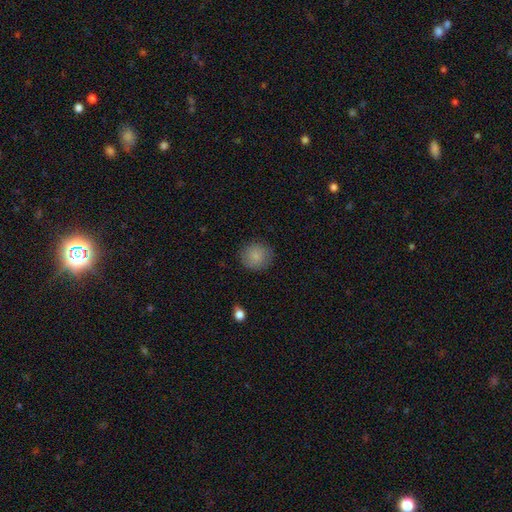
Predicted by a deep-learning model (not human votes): Smooth or featured? Predicted: smooth (p=0.86). How rounded? Predicted: round (p=0.90). Merging? Predicted: none (p=0.87).